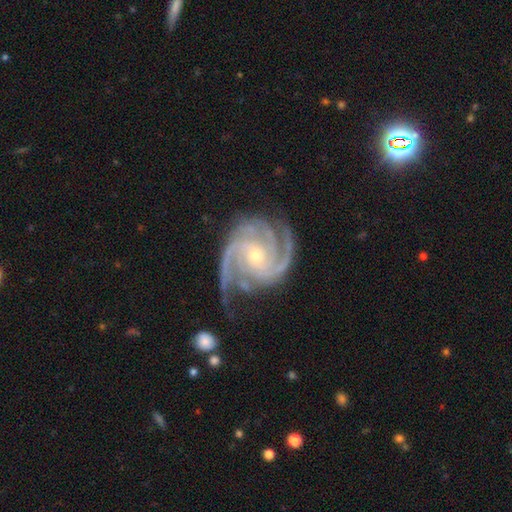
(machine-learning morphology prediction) The model was most divided on "spiral winding": tight: 56%, medium: 39%, loose: 5%. Remaining: spiral arms — yes (99%); edge-on disk — no (98%); smooth or featured — featured or disk (94%); merging — none (69%); bulge size — small (68%); bar — no (63%); spiral arm count — 3 (43%).